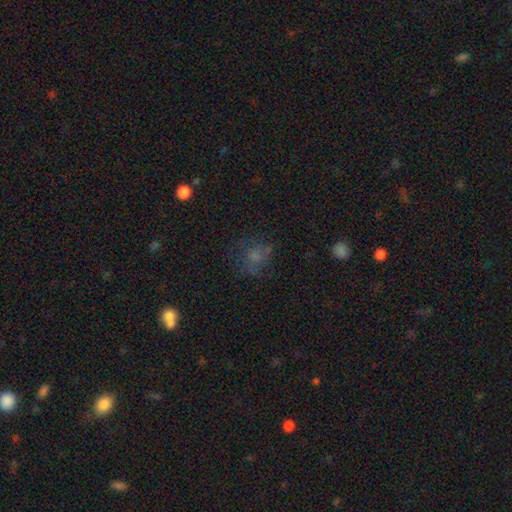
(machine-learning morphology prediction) This appears to be a smooth galaxy with no disk features (63%) that is round (74%). Merging: none (60%).